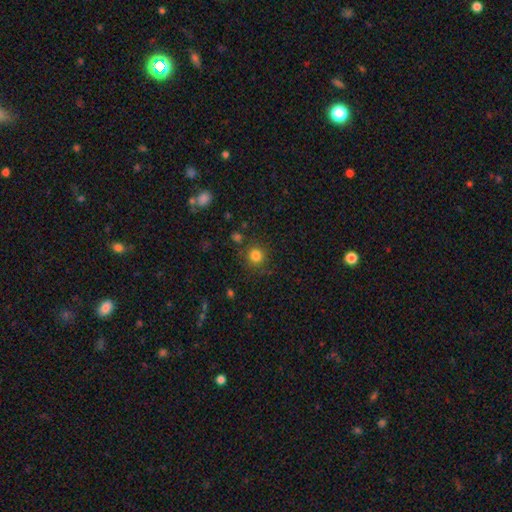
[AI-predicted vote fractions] Q: Smooth or featured?
A: smooth (81%); runner-up: star or artifact (13%)
Q: How rounded?
A: round (92%); runner-up: in between (7%)
Q: Merging?
A: none (82%); runner-up: minor disturbance (10%)